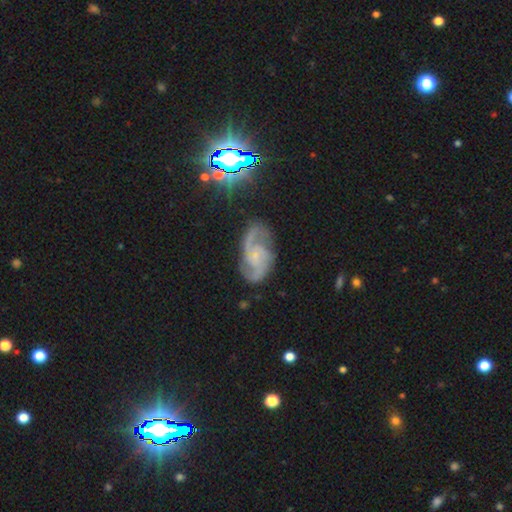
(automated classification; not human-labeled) featured or disk 86%, star or artifact 7%, smooth 7%. Down the decision tree: edge-on disk — no (97%); bar — no (58%); spiral arms — yes (97%); spiral arm count — 2 (79%); spiral winding — medium (54%); bulge size — small (56%); merging — none (71%).